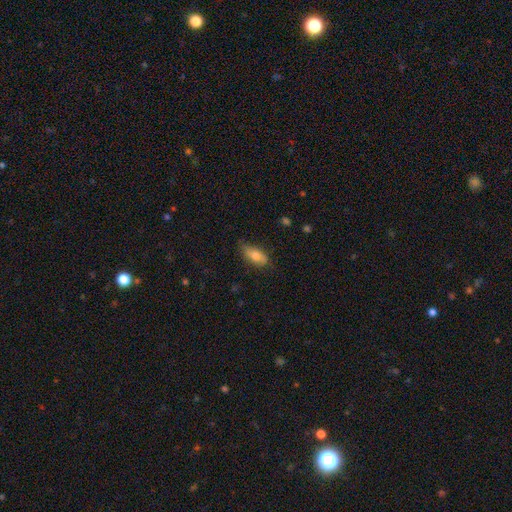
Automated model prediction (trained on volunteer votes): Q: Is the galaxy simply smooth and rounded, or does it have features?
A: smooth — 73%.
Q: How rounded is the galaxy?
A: in between — 82%.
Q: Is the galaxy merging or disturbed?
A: none — 68%.